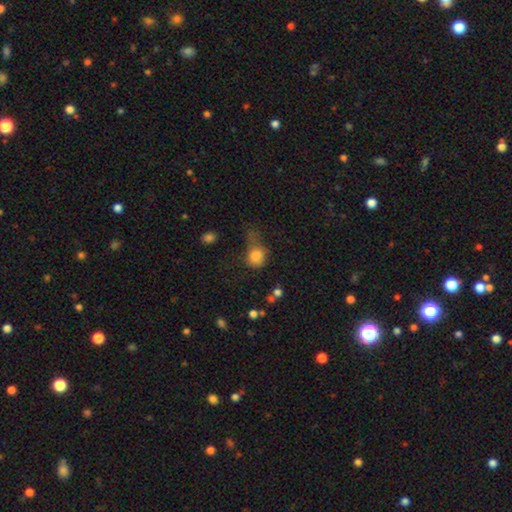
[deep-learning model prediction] Overall: smooth (81%). How rounded: round (64%; in between 34%). Merging: major disturbance (34%; none 30%).